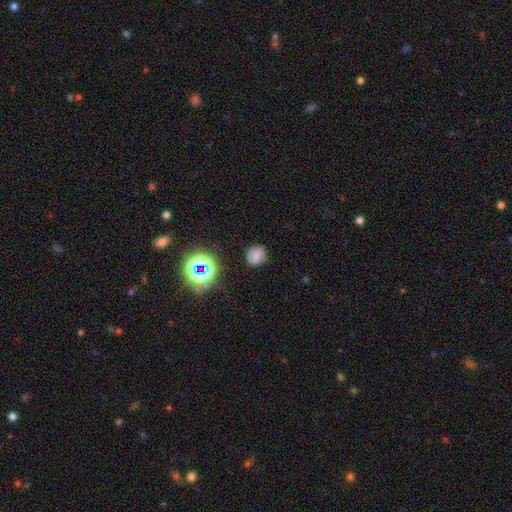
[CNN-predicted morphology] smooth_or_featured: smooth (p=0.69) [alt: star or artifact p=0.20]
how_rounded: round (p=0.75) [alt: in between p=0.24]
merging: none (p=0.76) [alt: minor disturbance p=0.16]